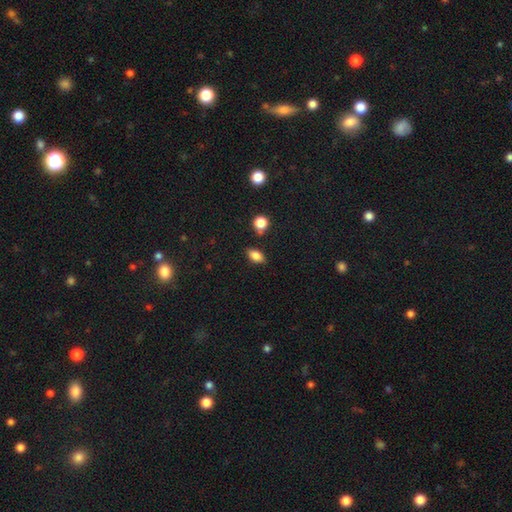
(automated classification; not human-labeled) A smooth galaxy with no disk features (82%) that is in between round and cigar-shaped (86%). Merging: none (80%).